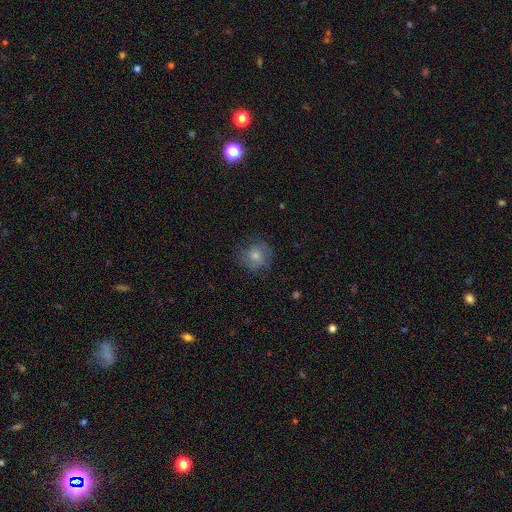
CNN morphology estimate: Smooth or featured: smooth — 65% (featured or disk — 26%)
How rounded: round — 85% (in between — 14%)
Merging: none — 71% (minor disturbance — 20%)